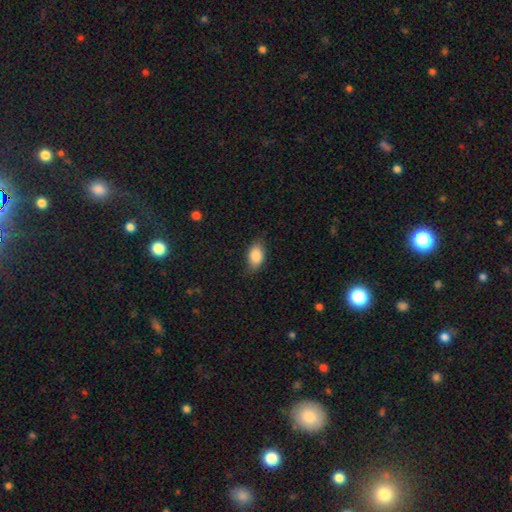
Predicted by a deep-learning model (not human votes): This is clearly a smooth galaxy (85%). How rounded: clearly in between (87%). Merging: likely none (75%).